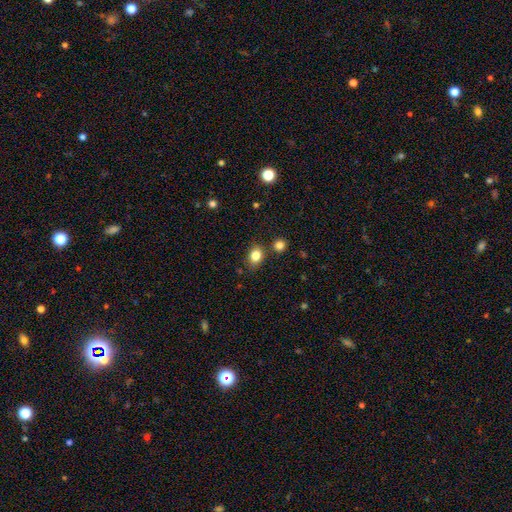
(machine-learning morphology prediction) Smooth or featured: smooth — 83% (star or artifact — 11%)
How rounded: in between — 56% (round — 43%)
Merging: none — 78% (minor disturbance — 13%)